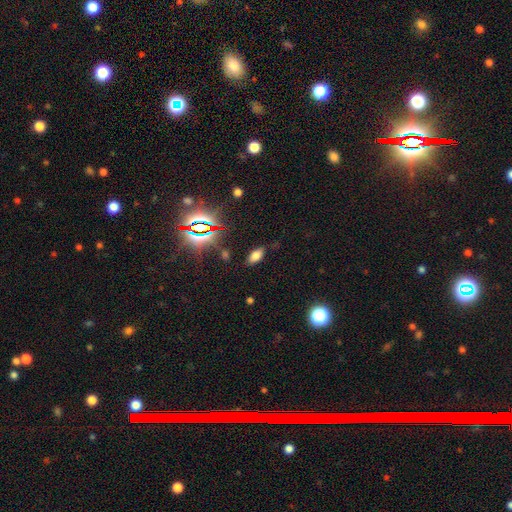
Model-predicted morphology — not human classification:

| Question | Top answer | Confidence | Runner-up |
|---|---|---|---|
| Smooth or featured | smooth | 68% | star or artifact (23%) |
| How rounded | in between | 90% | cigar-shaped (5%) |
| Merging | none | 83% | minor disturbance (12%) |